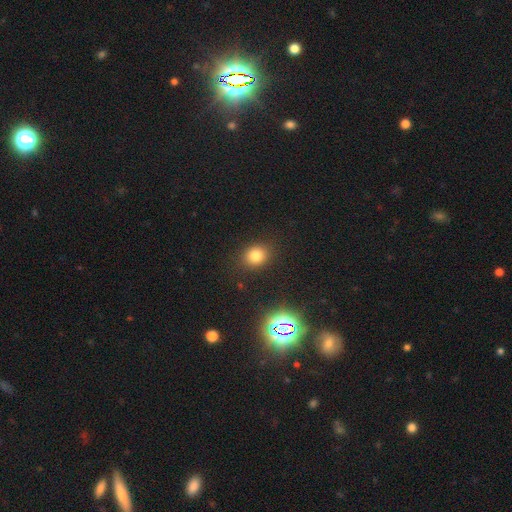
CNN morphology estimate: A smooth galaxy with no disk features (77%) that is round (63%). Merging: none (86%).